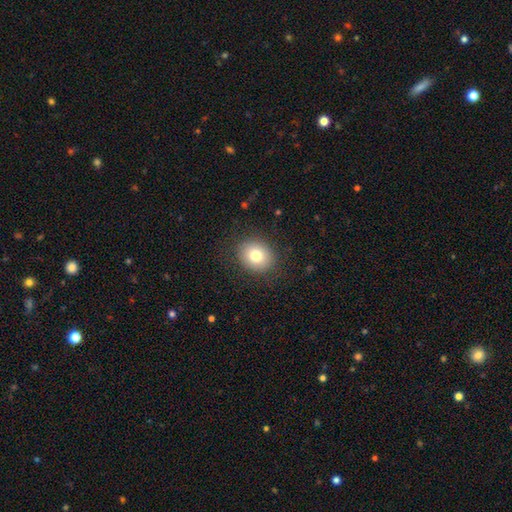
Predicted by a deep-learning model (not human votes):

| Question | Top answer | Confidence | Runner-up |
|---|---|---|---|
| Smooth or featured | smooth | 79% | featured or disk (11%) |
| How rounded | round | 67% | in between (32%) |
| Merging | none | 87% | minor disturbance (9%) |